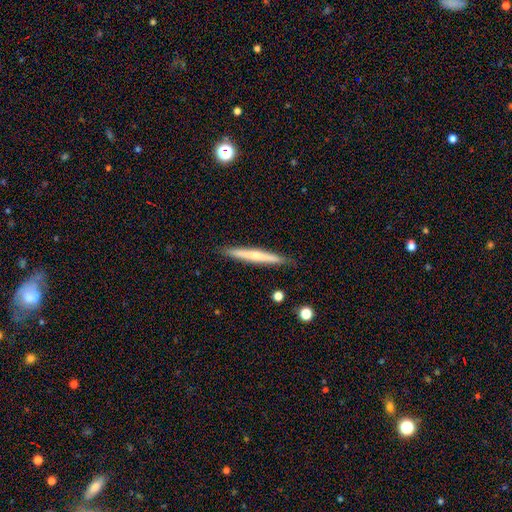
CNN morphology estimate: featured or disk 49%, smooth 45%, star or artifact 6%. Down the decision tree: merging — none (91%).